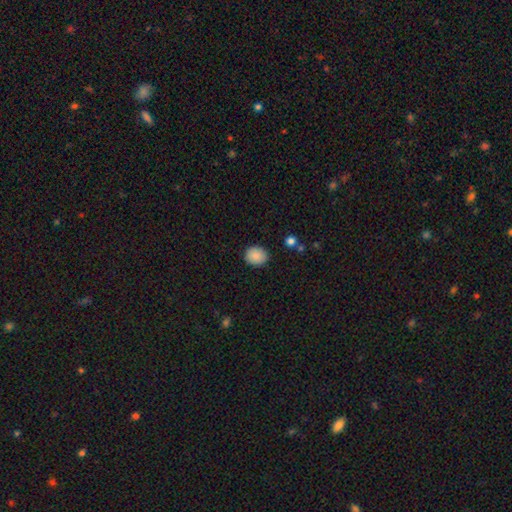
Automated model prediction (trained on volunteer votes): Overall: smooth (89%). How rounded: round (70%). Merging: none (88%).